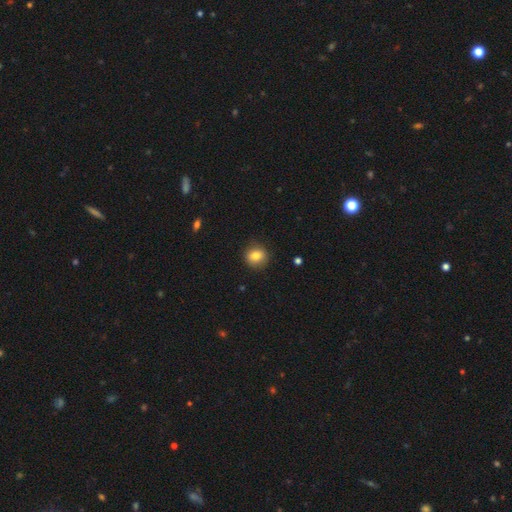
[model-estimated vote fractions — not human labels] A smooth galaxy with no disk features (80%) that is round (82%). Merging: none (86%).